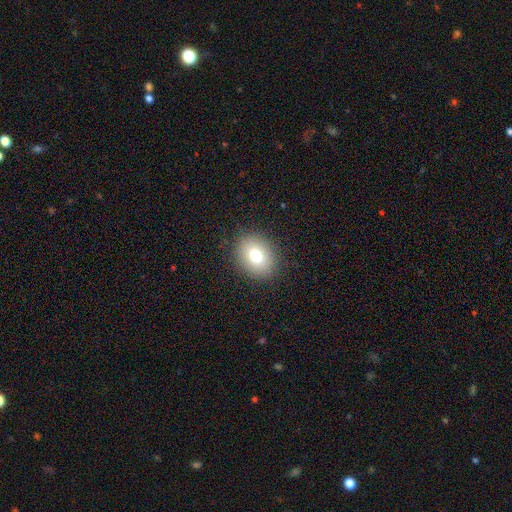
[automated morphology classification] Smooth or featured?
  - smooth: 78% *
  - featured or disk: 12%
  - star or artifact: 10%
How rounded?
  - in between: 53% *
  - round: 47%
  - cigar-shaped: 1%
Merging?
  - none: 88% *
  - minor disturbance: 8%
  - major disturbance: 3%
  - merger: 1%